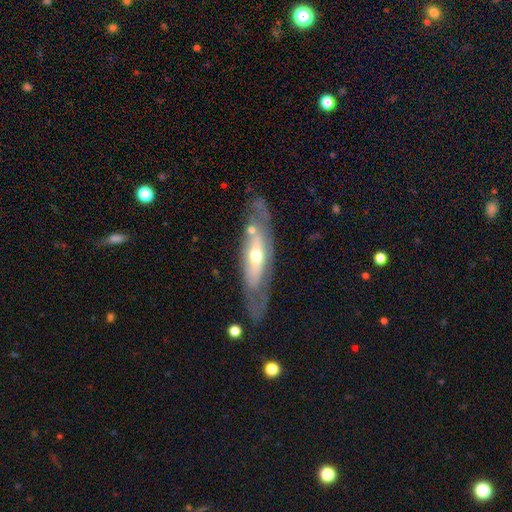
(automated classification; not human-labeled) Smooth or featured? Predicted: featured or disk (p=0.66). Edge-on disk? Predicted: no (p=0.63). Merging? Predicted: none (p=0.69).